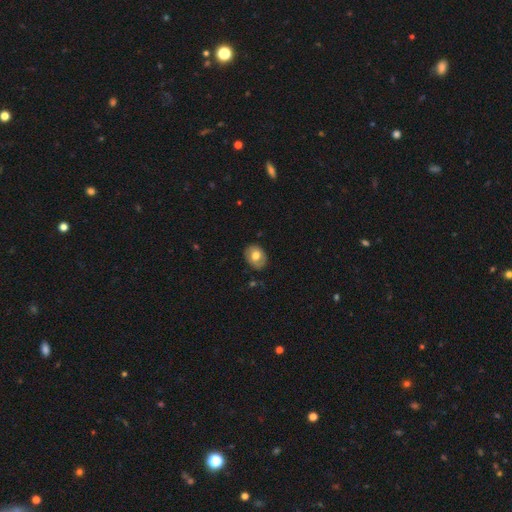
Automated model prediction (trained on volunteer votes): Smooth or featured? smooth (69%)
How rounded? in between (61%)
Merging? none (84%)